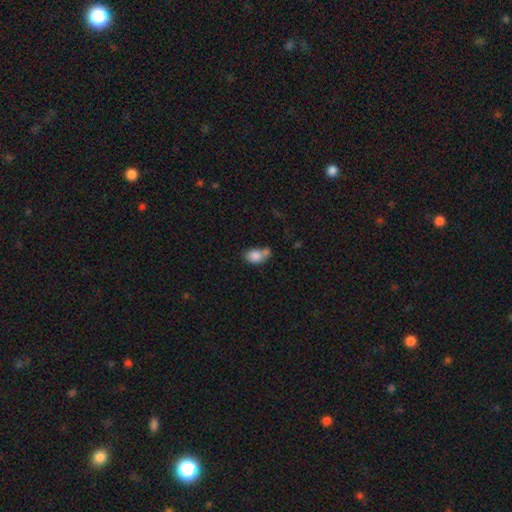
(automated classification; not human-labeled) Smooth or featured? smooth (81%)
How rounded? in between (75%)
Merging? merger (40%)